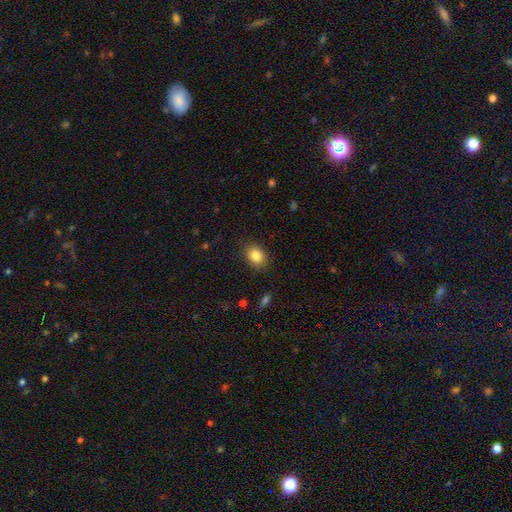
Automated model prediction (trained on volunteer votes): Morphology: type=smooth (84%); roundness=in between (56%); merging=none (86%).